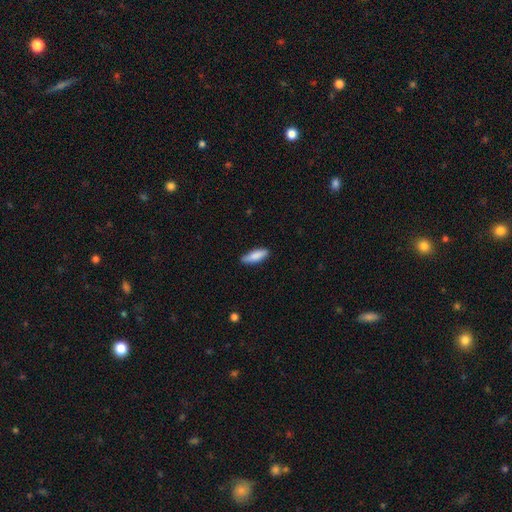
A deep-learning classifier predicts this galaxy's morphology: Smooth or featured? smooth (85%)
How rounded? in between (52%)
Merging? none (84%)